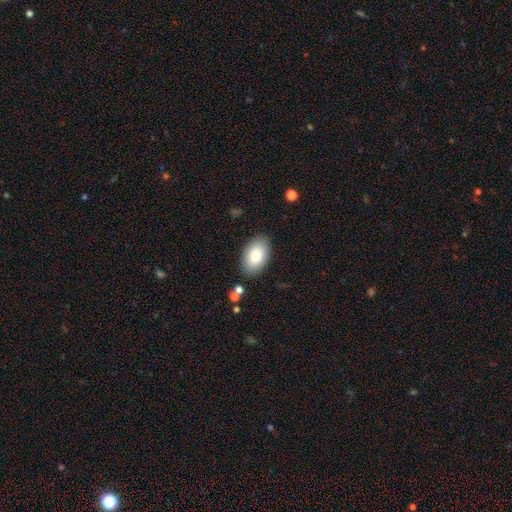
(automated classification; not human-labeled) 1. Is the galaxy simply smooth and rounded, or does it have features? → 80% smooth, 13% featured or disk, 7% star or artifact.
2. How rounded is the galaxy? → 92% in between, 6% round, 1% cigar-shaped.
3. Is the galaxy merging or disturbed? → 87% none, 9% minor disturbance, 2% major disturbance, 2% merger.